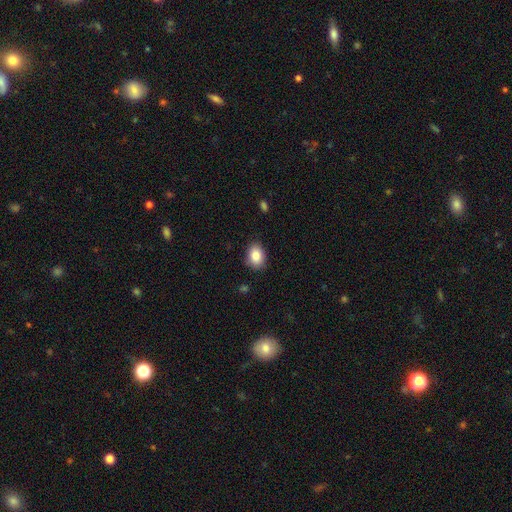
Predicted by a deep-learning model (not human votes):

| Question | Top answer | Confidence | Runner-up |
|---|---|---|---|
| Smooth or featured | smooth | 86% | star or artifact (8%) |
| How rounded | in between | 73% | round (26%) |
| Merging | none | 85% | minor disturbance (12%) |